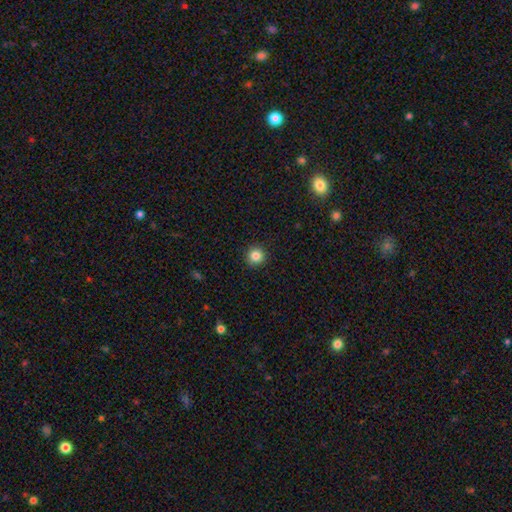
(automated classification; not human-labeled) This is clearly a smooth galaxy (84%). How rounded: clearly round (95%). Merging: clearly none (92%).